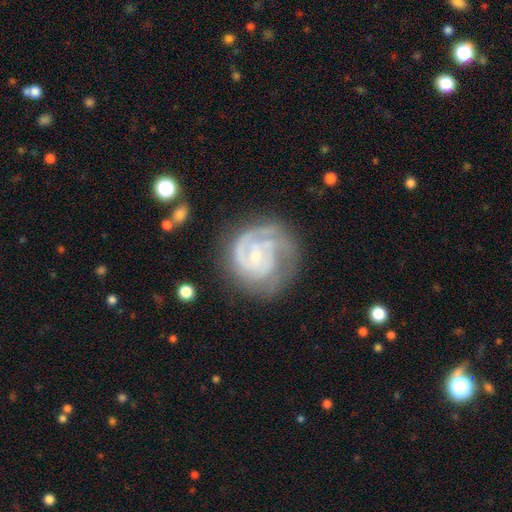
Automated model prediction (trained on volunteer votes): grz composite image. It shows a featured or disk galaxy (82%) with no bar (57%), 2 (30%) tight (61%) spiral arms (94%) and a small central bulge (67%). Merging: none (61%).